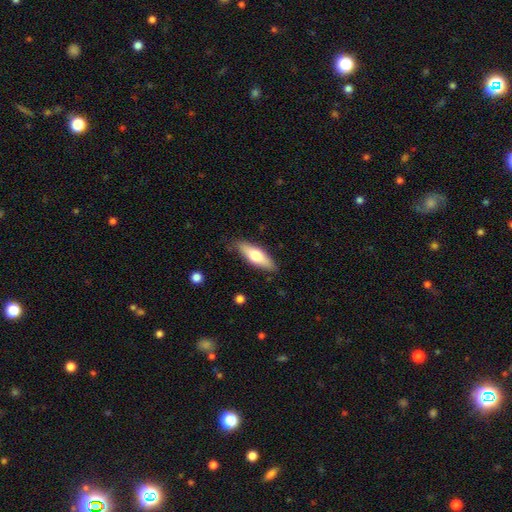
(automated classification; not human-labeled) This is possibly a smooth galaxy (60%). How rounded: possibly in between (54%). Merging: clearly none (84%).